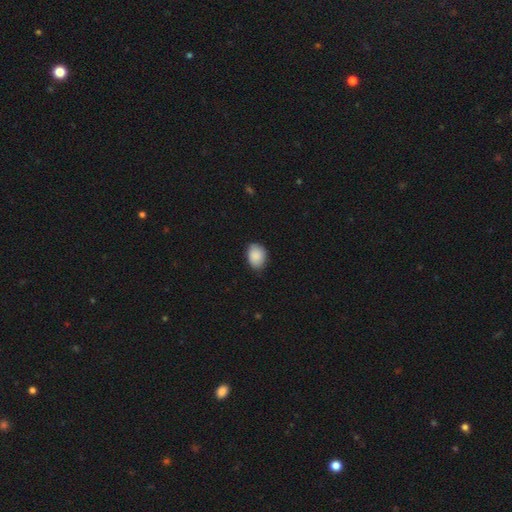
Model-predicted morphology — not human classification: A smooth galaxy with no disk features (89%) that is in between round and cigar-shaped (69%). Merging: none (76%).